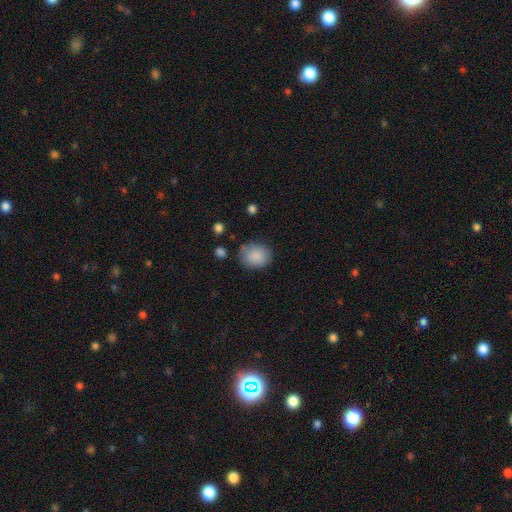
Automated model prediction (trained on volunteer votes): This appears to be a smooth galaxy with no disk features (87%) that is round (57%). Merging: none (75%).